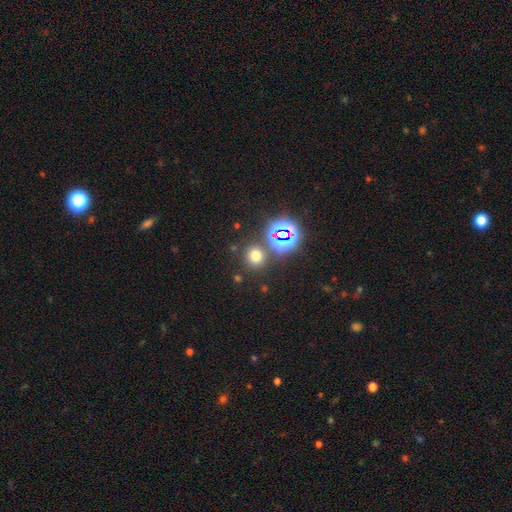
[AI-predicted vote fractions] A smooth galaxy with no disk features (63%) that is round (81%). Merging: none (81%).